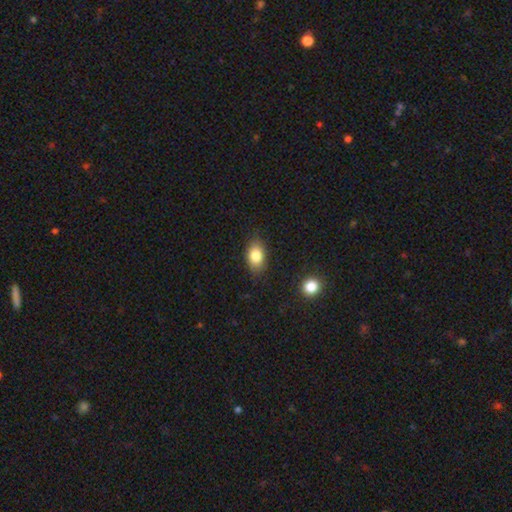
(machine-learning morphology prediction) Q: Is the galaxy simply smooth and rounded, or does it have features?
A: smooth — 81%.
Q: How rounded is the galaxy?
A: in between — 84%.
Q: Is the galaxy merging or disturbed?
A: none — 82%.